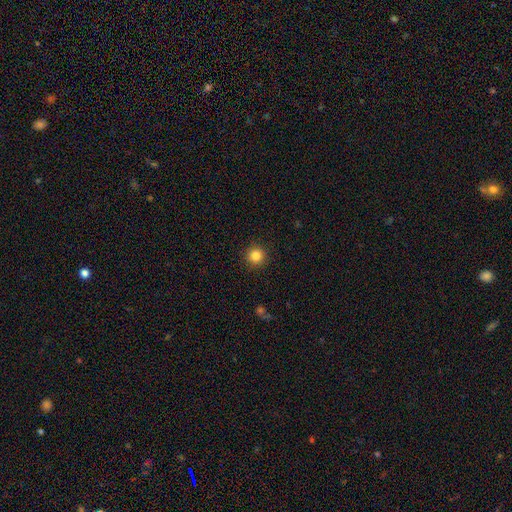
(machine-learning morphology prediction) smooth-or-featured: smooth: 84% | star or artifact: 11% | featured or disk: 4%
  how-rounded: round: 95% | in between: 4% | cigar-shaped: 1%
  merging: none: 92% | minor disturbance: 5% | major disturbance: 2% | merger: 1%